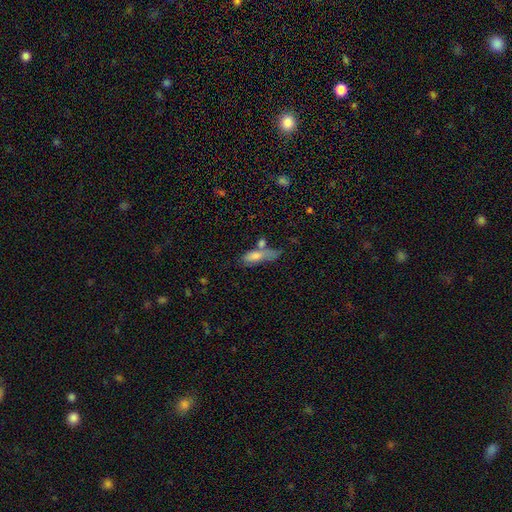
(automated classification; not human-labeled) Smooth or featured? Predicted: smooth (p=0.68). How rounded? Predicted: in between (p=0.51). Merging? Predicted: none (p=0.38).